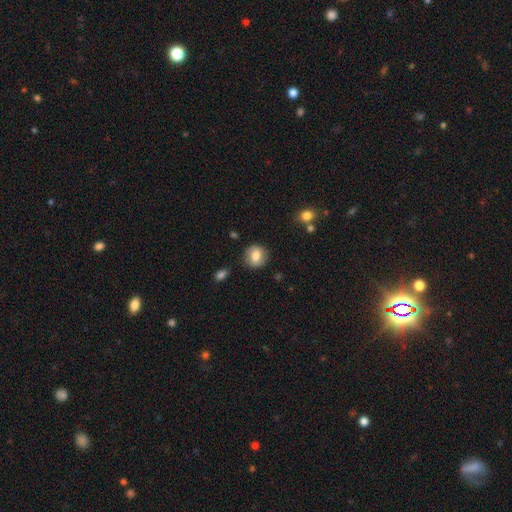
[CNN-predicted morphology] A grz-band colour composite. It shows a smooth galaxy with no disk features (76%) that is round (79%). Merging: none (83%).